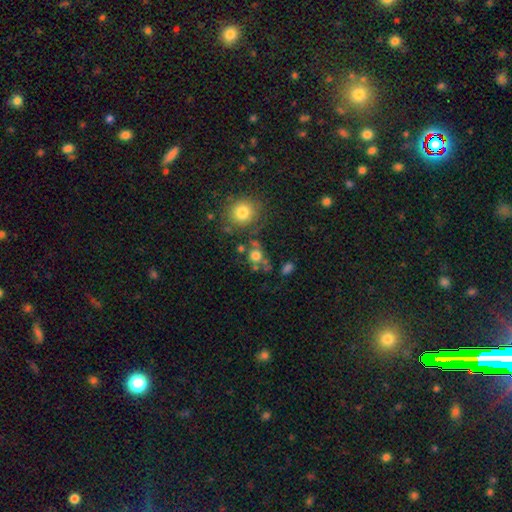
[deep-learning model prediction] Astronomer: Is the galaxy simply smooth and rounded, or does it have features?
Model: smooth — 67%.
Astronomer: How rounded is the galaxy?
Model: round — 77%.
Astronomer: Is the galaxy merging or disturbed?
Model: none — 53%.